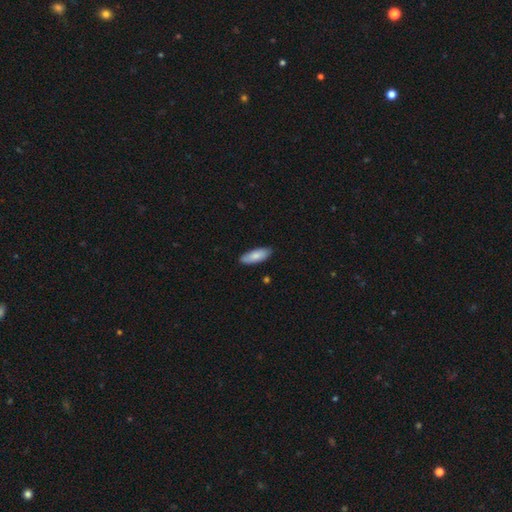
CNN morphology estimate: Smooth or featured? Predicted: smooth (p=0.83). How rounded? Predicted: in between (p=0.70). Merging? Predicted: none (p=0.87).